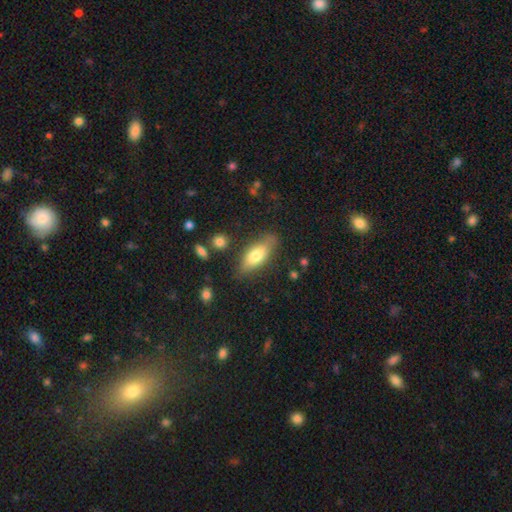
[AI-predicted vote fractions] A smooth galaxy with no disk features (70%) that is in between round and cigar-shaped (71%).

Vote fractions:
- Smooth or featured? smooth: 70% / featured or disk: 24% / star or artifact: 7%
- How rounded? in between: 71% / cigar-shaped: 27% / round: 3%
- Merging? none: 74% / minor disturbance: 18% / major disturbance: 5% / merger: 3%